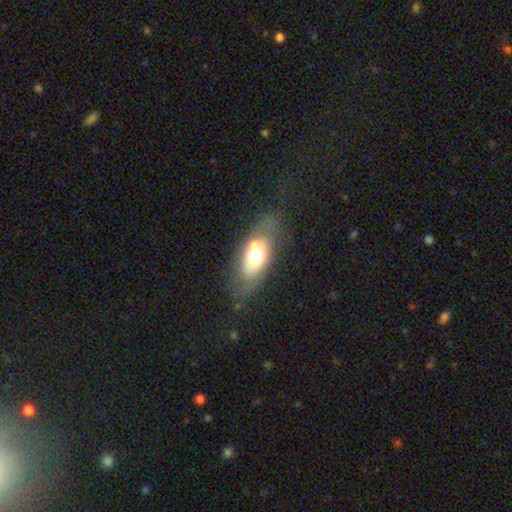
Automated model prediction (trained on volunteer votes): smooth-or-featured: smooth: 50% | featured or disk: 41% | star or artifact: 9%
  merging: none: 56% | minor disturbance: 18% | merger: 15% | major disturbance: 10%